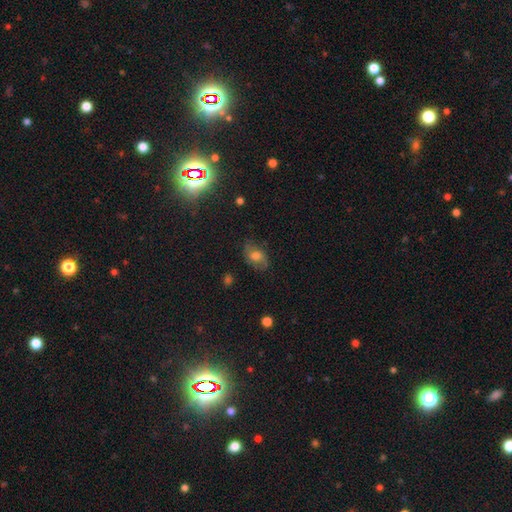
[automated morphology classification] Q: Smooth or featured?
A: smooth (56%); runner-up: featured or disk (32%)
Q: How rounded?
A: in between (79%); runner-up: round (19%)
Q: Merging?
A: none (68%); runner-up: minor disturbance (22%)